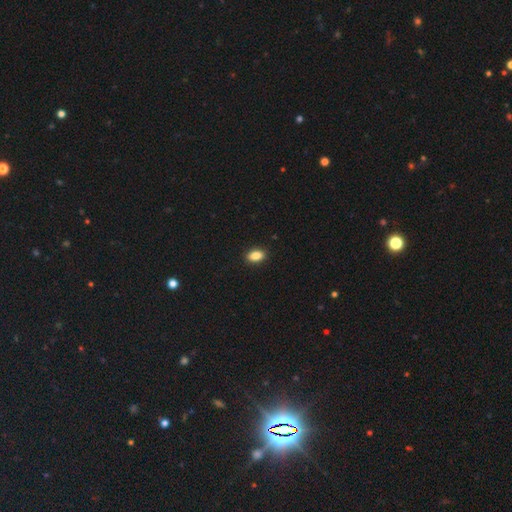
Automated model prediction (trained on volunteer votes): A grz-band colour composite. It shows a smooth galaxy with no disk features (88%) that is in between round and cigar-shaped (89%). Merging: none (91%).